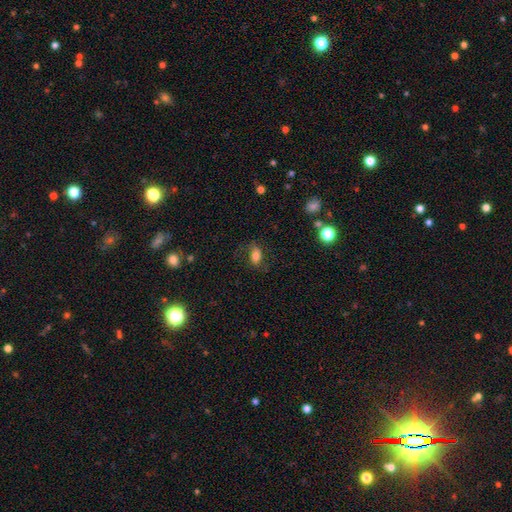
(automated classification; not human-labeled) smooth 69%, featured or disk 20%, star or artifact 10%. Down the decision tree: how rounded — in between (83%); merging — none (69%).